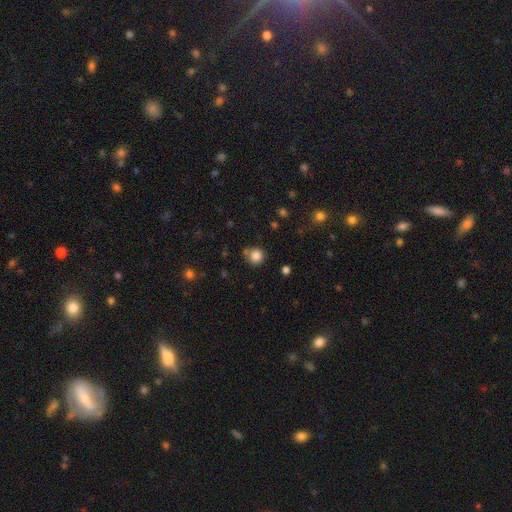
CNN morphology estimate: type=smooth (84%); roundness=round (92%); merging=none (77%).